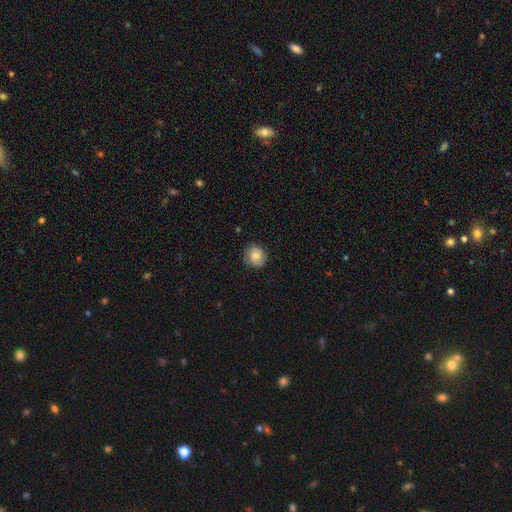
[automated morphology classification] Smooth or featured? Predicted: smooth (p=0.78). How rounded? Predicted: round (p=0.83). Merging? Predicted: none (p=0.83).